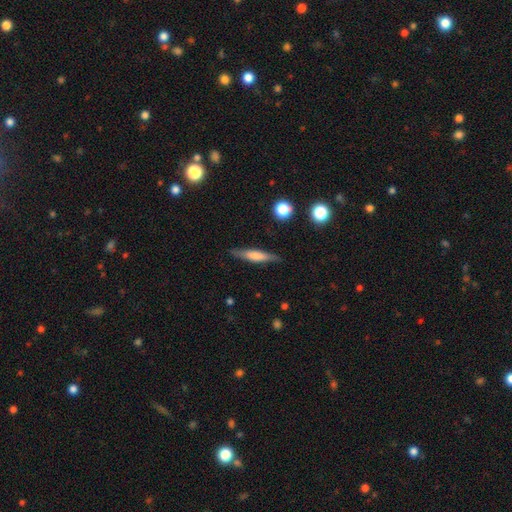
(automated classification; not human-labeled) Smooth or featured?
  - smooth: 54% *
  - featured or disk: 40%
  - star or artifact: 7%
How rounded?
  - cigar-shaped: 85% *
  - in between: 13%
  - round: 2%
Merging?
  - none: 85% *
  - minor disturbance: 11%
  - major disturbance: 3%
  - merger: 2%